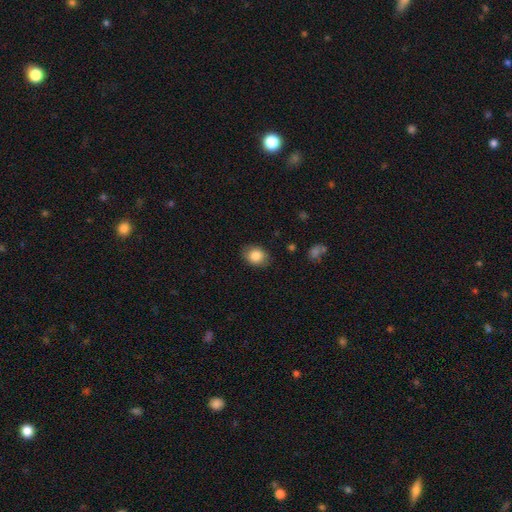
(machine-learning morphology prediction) Smooth or featured: smooth — 85% (star or artifact — 8%)
How rounded: in between — 53% (round — 46%)
Merging: none — 83% (minor disturbance — 13%)